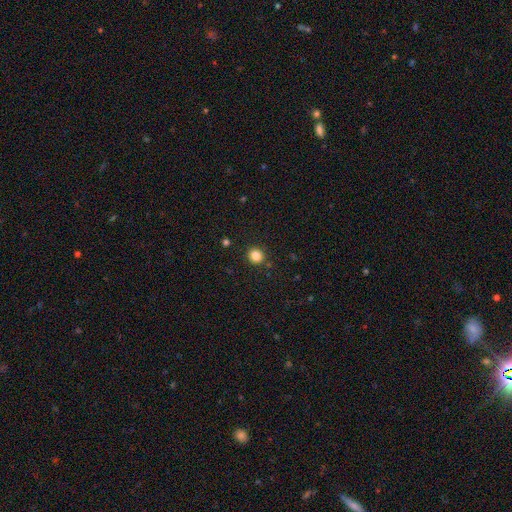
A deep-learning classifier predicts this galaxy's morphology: Smooth or featured? smooth (84%)
How rounded? round (87%)
Merging? none (90%)